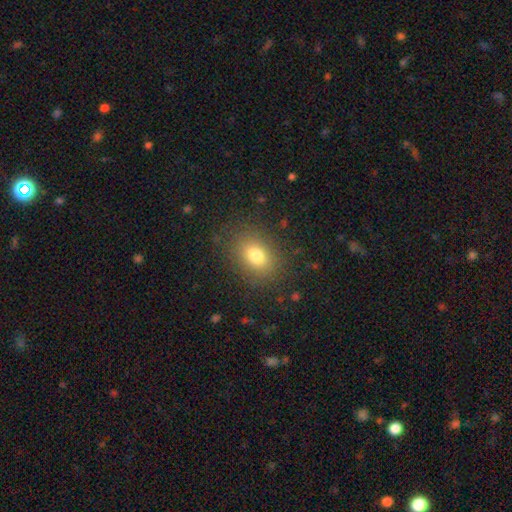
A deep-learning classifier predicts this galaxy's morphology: This is likely a smooth galaxy (78%). How rounded: likely in between (65%). Merging: clearly none (85%).